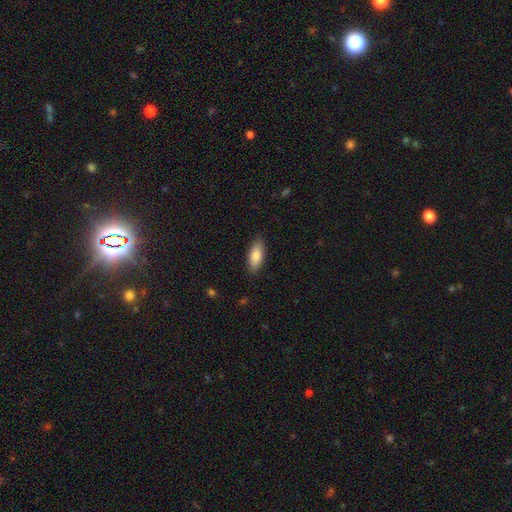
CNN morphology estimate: This is clearly a smooth galaxy (82%). How rounded: likely in between (78%). Merging: clearly none (86%).